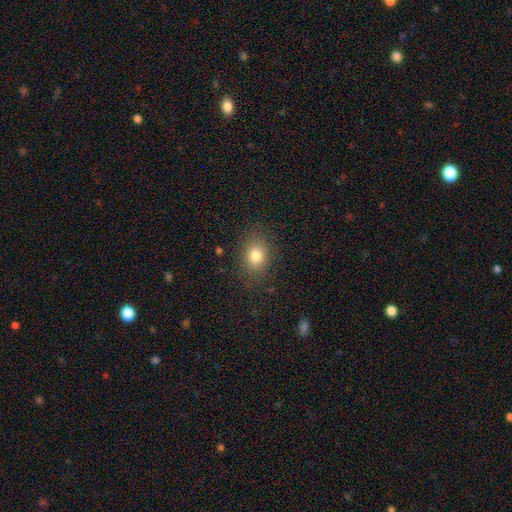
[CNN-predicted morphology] smooth_or_featured: smooth (p=0.80) [alt: star or artifact p=0.11]
how_rounded: in between (p=0.63) [alt: round p=0.36]
merging: none (p=0.83) [alt: minor disturbance p=0.12]